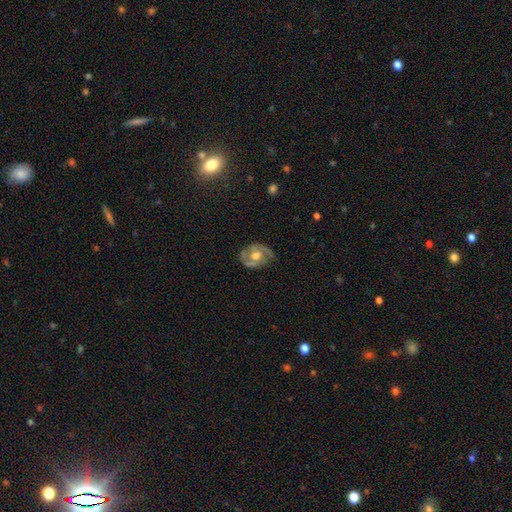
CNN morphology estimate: Q: Smooth or featured?
A: featured or disk (77%); runner-up: smooth (16%)
Q: Edge-on disk?
A: no (96%); runner-up: yes (4%)
Q: Bar?
A: no (69%); runner-up: weak (26%)
Q: Spiral arms?
A: yes (85%); runner-up: no (15%)
Q: Spiral winding?
A: medium (48%); runner-up: tight (35%)
Q: Spiral arm count?
A: 2 (78%); runner-up: can't tell (10%)
Q: Bulge size?
A: moderate (66%); runner-up: large (23%)
Q: Merging?
A: none (72%); runner-up: minor disturbance (19%)